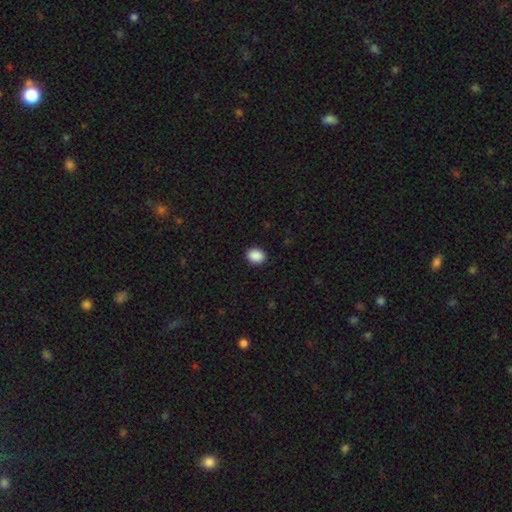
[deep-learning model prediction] Smooth or featured?
  - smooth: 90% *
  - star or artifact: 8%
  - featured or disk: 2%
How rounded?
  - in between: 51% *
  - round: 49%
  - cigar-shaped: 1%
Merging?
  - none: 90% *
  - minor disturbance: 7%
  - major disturbance: 2%
  - merger: 1%